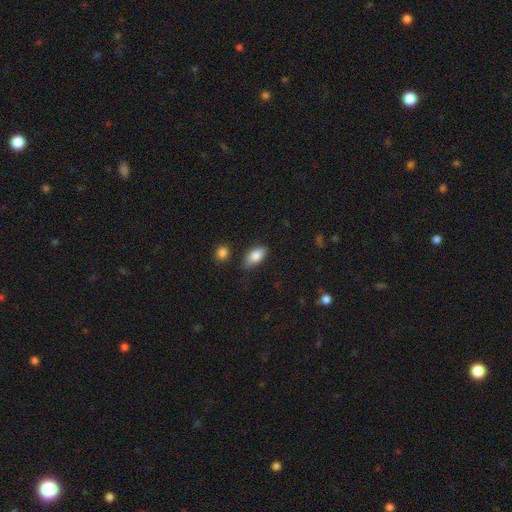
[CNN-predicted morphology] smooth-or-featured: smooth: 83% | featured or disk: 10% | star or artifact: 7%
  how-rounded: in between: 90% | cigar-shaped: 6% | round: 4%
  merging: none: 76% | minor disturbance: 18% | major disturbance: 4% | merger: 3%